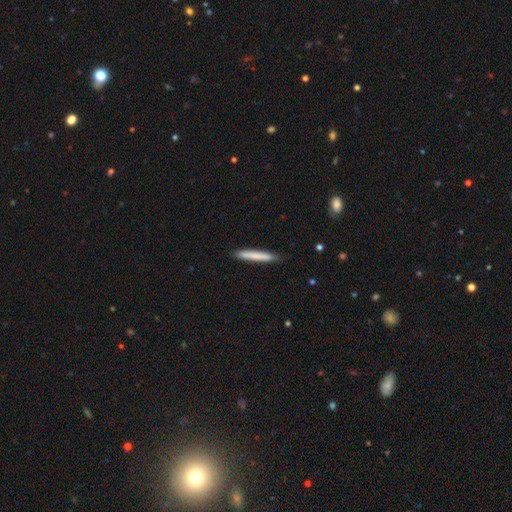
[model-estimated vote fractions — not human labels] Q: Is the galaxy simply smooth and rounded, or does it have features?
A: smooth — 78%.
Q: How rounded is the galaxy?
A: cigar-shaped — 96%.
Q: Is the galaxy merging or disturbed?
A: none — 89%.